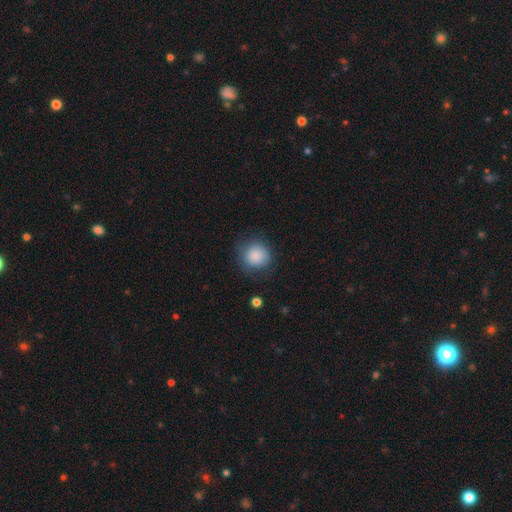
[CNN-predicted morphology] A smooth galaxy with no disk features (87%) that is round (89%).

Vote fractions:
- Smooth or featured? smooth: 87% / star or artifact: 8% / featured or disk: 5%
- How rounded? round: 89% / in between: 10% / cigar-shaped: 1%
- Merging? none: 77% / minor disturbance: 16% / major disturbance: 6% / merger: 1%